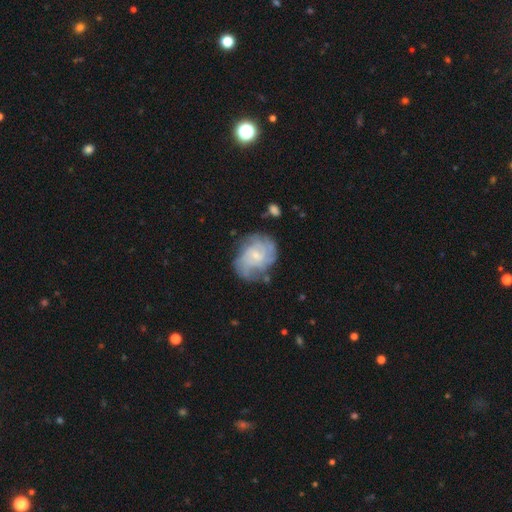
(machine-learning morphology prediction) Smooth or featured: featured or disk — 73% (smooth — 20%)
Edge-on disk: no — 98% (yes — 2%)
Bar: no — 60% (weak — 36%)
Spiral arms: yes — 87% (no — 13%)
Spiral winding: tight — 48% (medium — 37%)
Spiral arm count: can't tell — 46% (2 — 17%)
Bulge size: small — 69% (moderate — 23%)
Merging: none — 63% (minor disturbance — 23%)